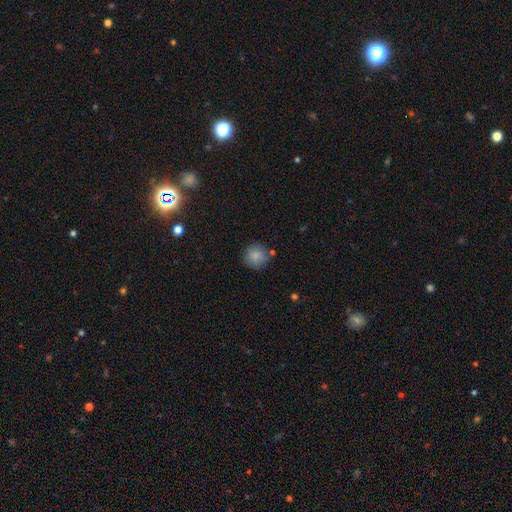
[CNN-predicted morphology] smooth-or-featured: smooth: 86% | star or artifact: 9% | featured or disk: 5%
  how-rounded: round: 93% | in between: 6% | cigar-shaped: 1%
  merging: none: 82% | minor disturbance: 10% | merger: 5% | major disturbance: 3%